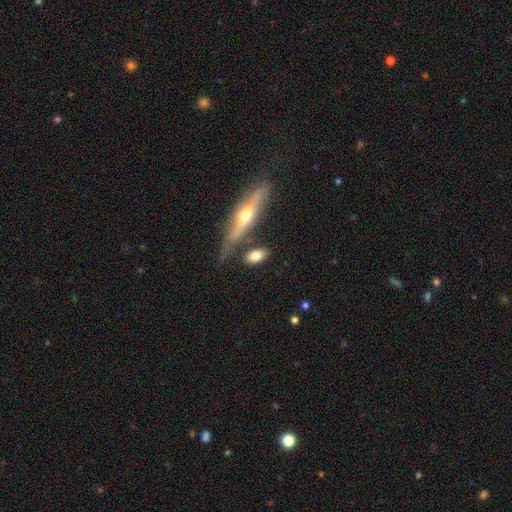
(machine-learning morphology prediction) Q: Smooth or featured?
A: smooth (73%); runner-up: featured or disk (21%)
Q: How rounded?
A: in between (82%); runner-up: cigar-shaped (11%)
Q: Merging?
A: none (71%); runner-up: minor disturbance (14%)